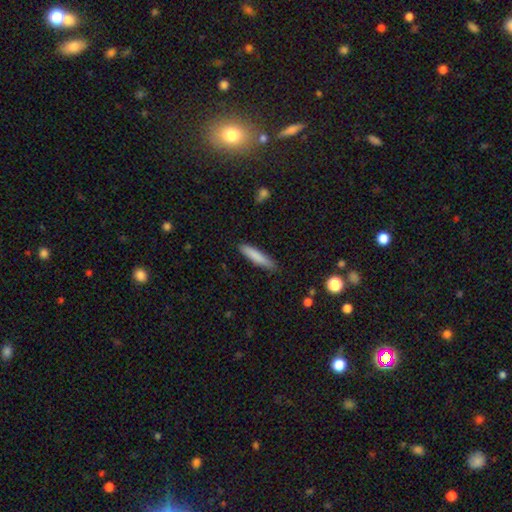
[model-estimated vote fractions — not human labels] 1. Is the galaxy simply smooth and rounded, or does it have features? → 82% smooth, 12% featured or disk, 6% star or artifact.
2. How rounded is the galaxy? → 88% cigar-shaped, 11% in between, 1% round.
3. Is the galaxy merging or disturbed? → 85% none, 11% minor disturbance, 2% major disturbance, 1% merger.